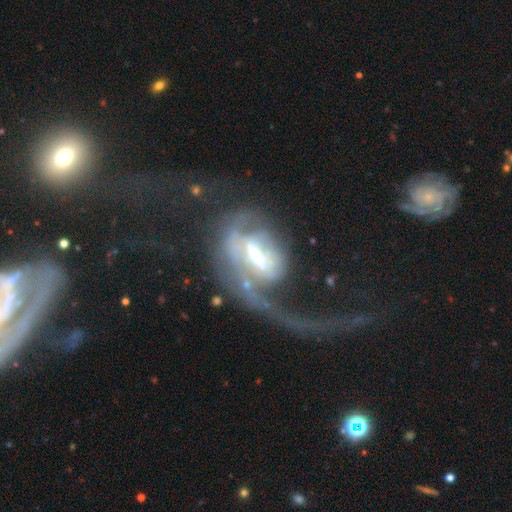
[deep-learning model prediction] The model was most divided on "bar": weak: 43%, no: 33%, strong: 24%. More confident: edge-on disk — no (95%); smooth or featured — featured or disk (76%); spiral arms — yes (72%); merging — major disturbance (67%); spiral arm count — 1 (60%); spiral winding — loose (59%); bulge size — moderate (57%).